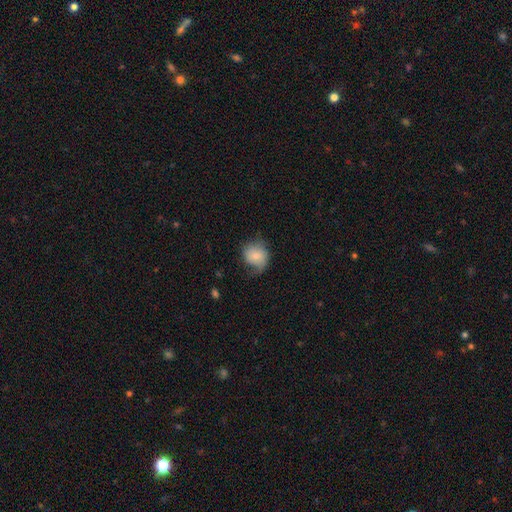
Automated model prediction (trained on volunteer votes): smooth 68%, featured or disk 25%, star or artifact 8%. Down the decision tree: how rounded — round (69%); merging — none (49%).